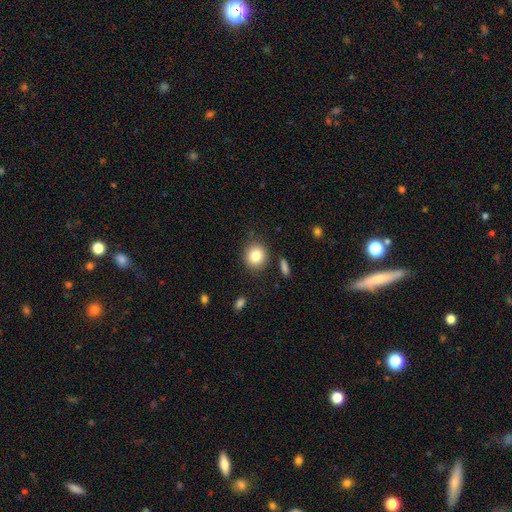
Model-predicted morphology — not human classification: smooth-or-featured: smooth: 83% | star or artifact: 9% | featured or disk: 8%
  how-rounded: round: 82% | in between: 17% | cigar-shaped: 1%
  merging: none: 86% | minor disturbance: 9% | merger: 3% | major disturbance: 3%